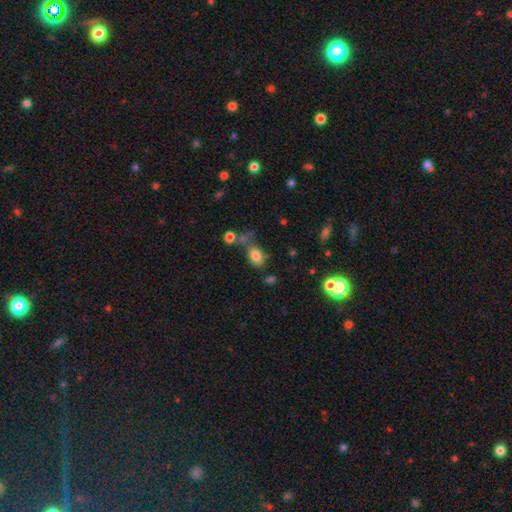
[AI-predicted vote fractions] Smooth or featured? smooth (80%)
How rounded? in between (83%)
Merging? none (54%)